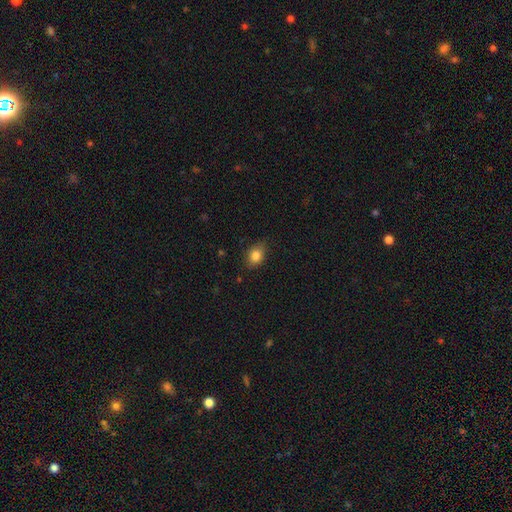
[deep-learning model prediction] A smooth galaxy with no disk features (84%) that is in between round and cigar-shaped (67%).

Vote fractions:
- Smooth or featured? smooth: 84% / star or artifact: 9% / featured or disk: 7%
- How rounded? in between: 67% / round: 32% / cigar-shaped: 2%
- Merging? none: 77% / minor disturbance: 19% / major disturbance: 3% / merger: 1%